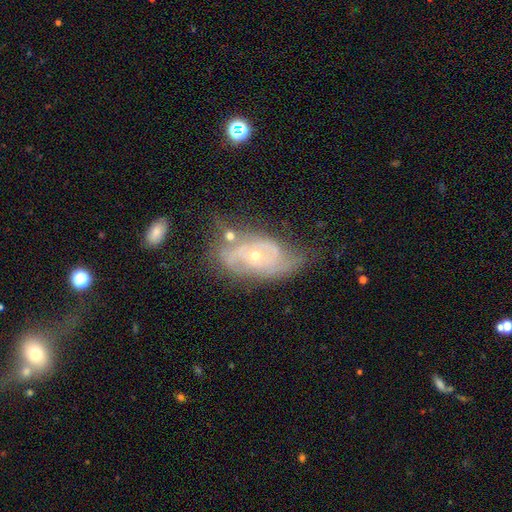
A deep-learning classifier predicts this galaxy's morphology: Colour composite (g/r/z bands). It shows a featured or disk galaxy (81%) with no bar (74%), 2 (44%) tight (55%) spiral arms (85%) and a small central bulge (58%). Merging: none (48%).